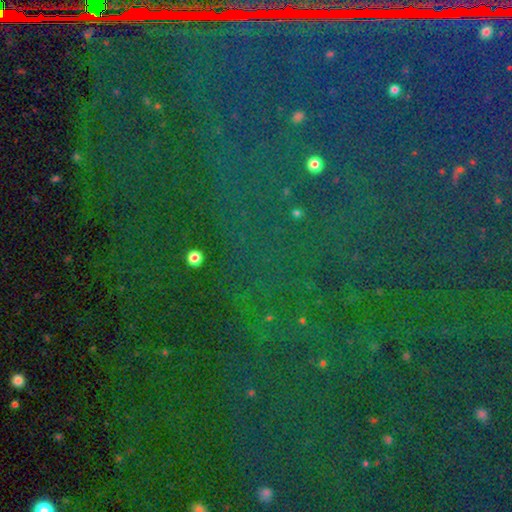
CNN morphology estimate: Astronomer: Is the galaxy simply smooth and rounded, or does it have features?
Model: star or artifact — 81%.